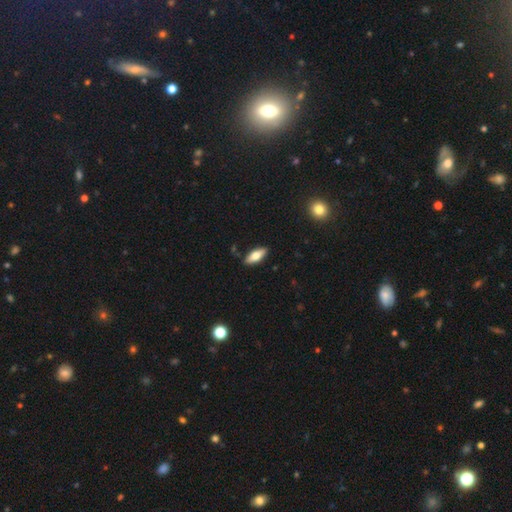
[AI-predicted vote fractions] Smooth or featured? smooth (65%)
How rounded? in between (70%)
Merging? none (87%)